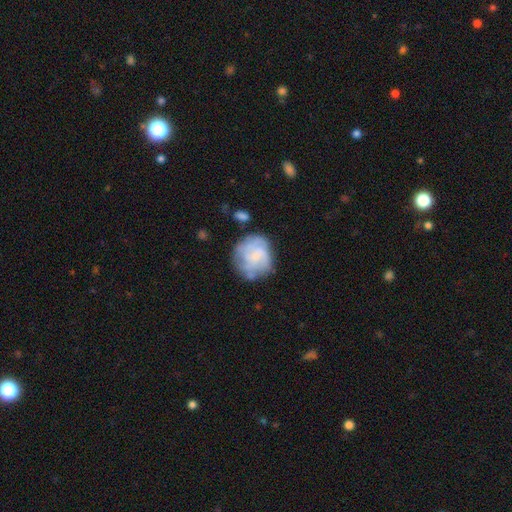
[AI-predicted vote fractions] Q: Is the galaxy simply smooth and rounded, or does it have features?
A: featured or disk — 55%.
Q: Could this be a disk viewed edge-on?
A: no — 98%.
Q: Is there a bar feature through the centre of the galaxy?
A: no — 74%.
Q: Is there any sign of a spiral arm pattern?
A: yes — 67%.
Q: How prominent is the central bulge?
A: small — 54%.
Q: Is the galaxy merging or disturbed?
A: none — 62%.